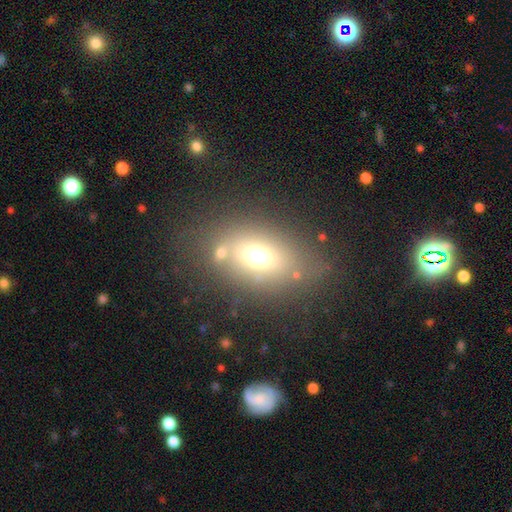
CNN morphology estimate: Smooth or featured? Predicted: smooth (p=0.65). How rounded? Predicted: in between (p=0.76). Merging? Predicted: none (p=0.67).